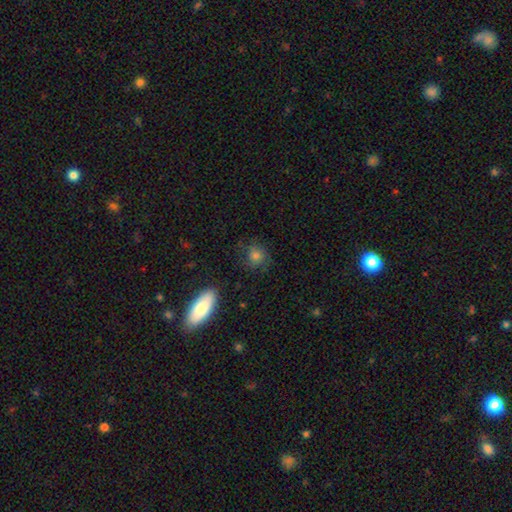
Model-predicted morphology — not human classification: A smooth galaxy with no disk features (73%) that is round (79%).

Vote fractions:
- Smooth or featured? smooth: 73% / featured or disk: 15% / star or artifact: 12%
- How rounded? round: 79% / in between: 19% / cigar-shaped: 1%
- Merging? none: 72% / minor disturbance: 19% / major disturbance: 8% / merger: 2%